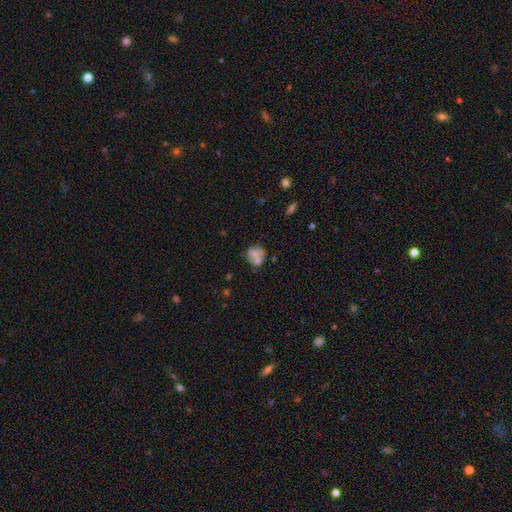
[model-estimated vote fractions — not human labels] Smooth or featured: smooth — 55% (featured or disk — 34%)
How rounded: round — 63% (in between — 36%)
Merging: none — 40% (merger — 31%)